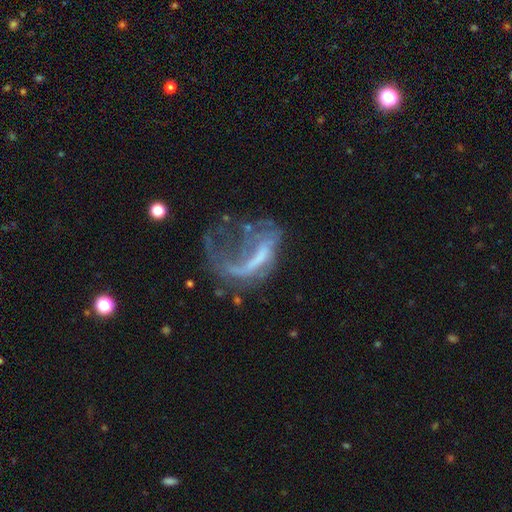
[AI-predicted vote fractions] Smooth or featured? featured or disk (65%)
Edge-on disk? no (94%)
Bar? no (57%)
Spiral arms? no (60%)
Bulge size? none (61%)
Merging? major disturbance (56%)